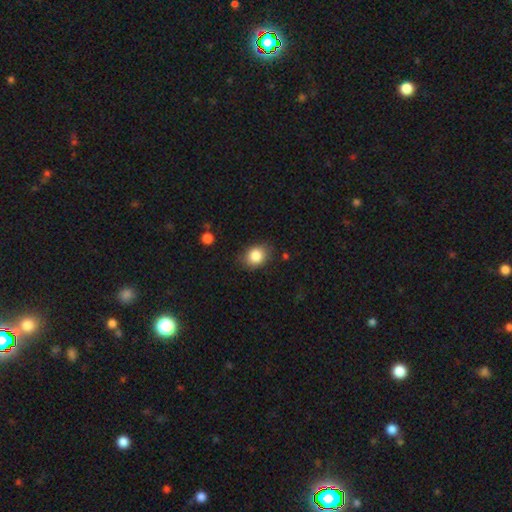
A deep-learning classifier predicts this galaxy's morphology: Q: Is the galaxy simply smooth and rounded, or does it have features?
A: smooth — 85%.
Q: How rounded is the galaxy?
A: in between — 52%.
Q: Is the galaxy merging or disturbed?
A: none — 78%.